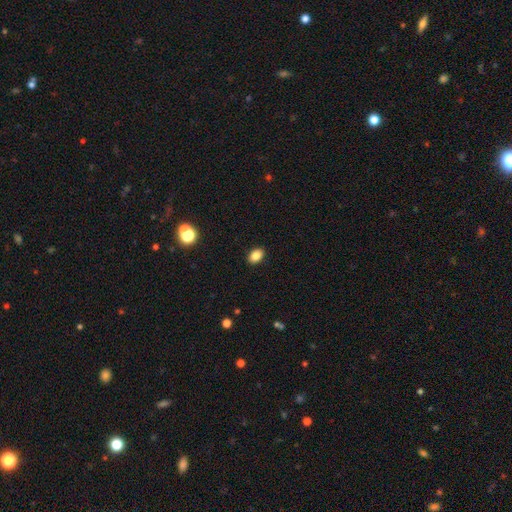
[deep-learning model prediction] The model was most divided on "how rounded": in between: 77%, round: 22%, cigar-shaped: 1%. More confident: merging — none (90%); smooth or featured — smooth (85%).